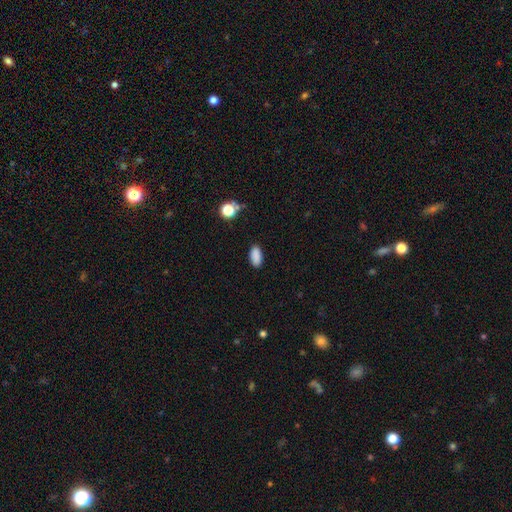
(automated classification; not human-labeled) Morphology: type=smooth (87%); roundness=in between (91%); merging=none (87%).